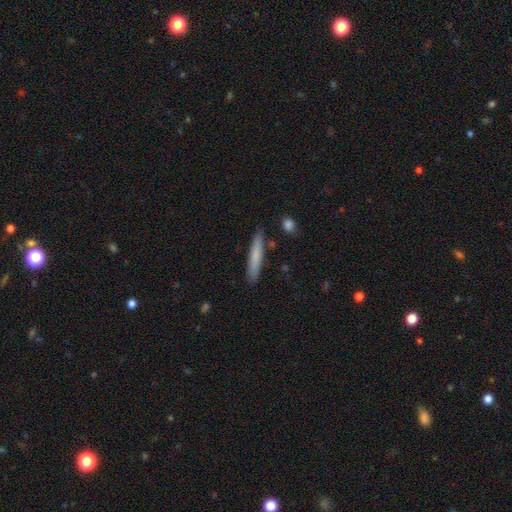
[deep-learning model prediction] A smooth galaxy with no disk features (75%) that is cigar-shaped (93%).

Vote fractions:
- Smooth or featured? smooth: 75% / featured or disk: 20% / star or artifact: 6%
- How rounded? cigar-shaped: 93% / in between: 5% / round: 1%
- Merging? none: 86% / minor disturbance: 10% / merger: 2% / major disturbance: 2%